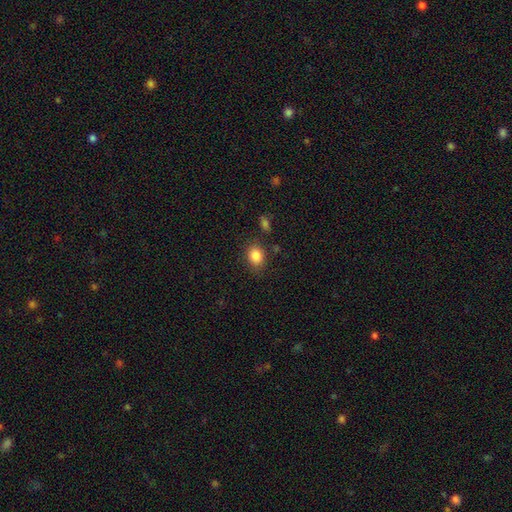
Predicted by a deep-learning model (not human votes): Q: Smooth or featured?
A: smooth (86%); runner-up: star or artifact (9%)
Q: How rounded?
A: in between (51%); runner-up: round (48%)
Q: Merging?
A: none (79%); runner-up: minor disturbance (13%)